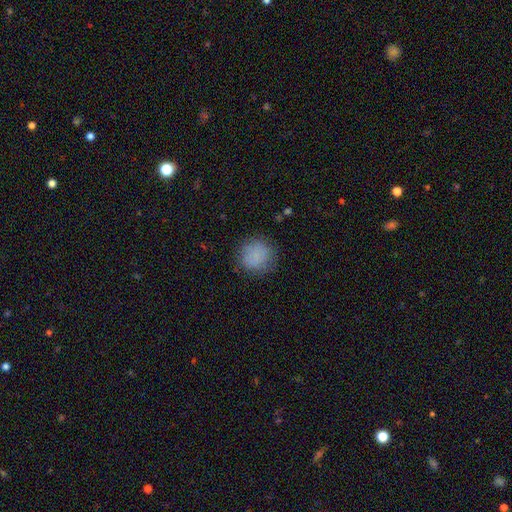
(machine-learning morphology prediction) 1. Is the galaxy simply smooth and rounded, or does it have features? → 83% smooth, 10% star or artifact, 7% featured or disk.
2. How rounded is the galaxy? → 90% round, 9% in between, 1% cigar-shaped.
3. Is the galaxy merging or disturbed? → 81% none, 13% minor disturbance, 5% major disturbance, 1% merger.